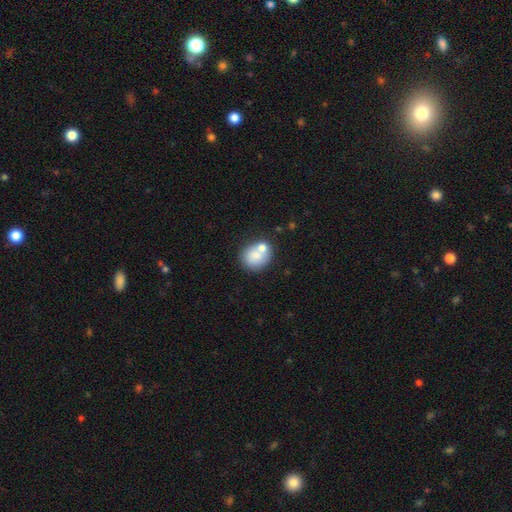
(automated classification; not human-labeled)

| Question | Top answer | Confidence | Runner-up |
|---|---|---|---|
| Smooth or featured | smooth | 76% | featured or disk (16%) |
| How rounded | round | 71% | in between (28%) |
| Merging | none | 51% | merger (31%) |